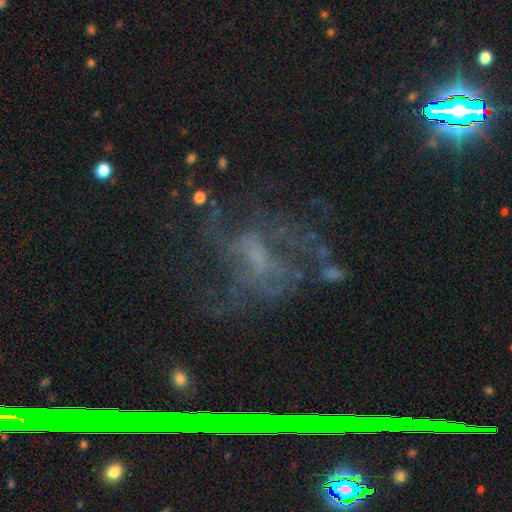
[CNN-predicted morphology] A featured or disk galaxy (59%) with no bar (52%), spiral arms (59%) and no central bulge (47%).

Vote fractions:
- Smooth or featured? featured or disk: 59% / star or artifact: 23% / smooth: 17%
- Edge-on disk? no: 95% / yes: 5%
- Bar? no: 52% / weak: 34% / strong: 14%
- Spiral arms? yes: 59% / no: 41%
- Bulge size? none: 47% / small: 26% / moderate: 21% / large: 5% / dominant: 2%
- Merging? none: 48% / major disturbance: 31% / minor disturbance: 17% / merger: 4%